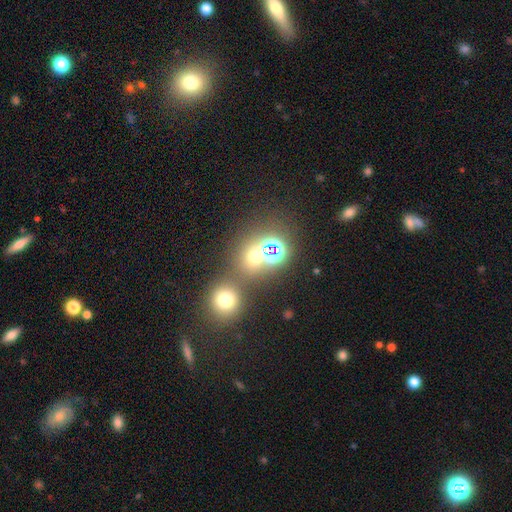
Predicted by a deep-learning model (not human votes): This appears to be a smooth galaxy with no disk features (53%) that is round (78%). Merging: none (58%).